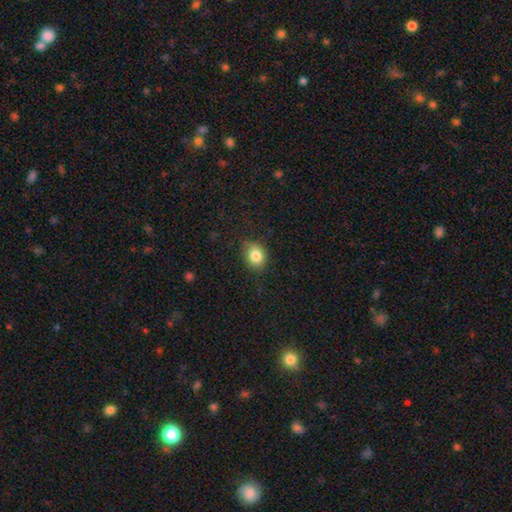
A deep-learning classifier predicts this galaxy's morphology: This is clearly a smooth galaxy (84%). How rounded: possibly round (53%). Merging: likely none (77%).